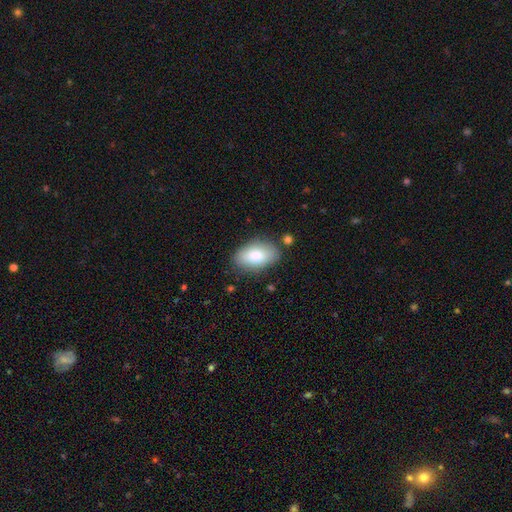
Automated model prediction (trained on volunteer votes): smooth-or-featured: smooth: 80% | featured or disk: 14% | star or artifact: 7%
  how-rounded: in between: 92% | round: 6% | cigar-shaped: 2%
  merging: none: 80% | minor disturbance: 13% | major disturbance: 3% | merger: 3%